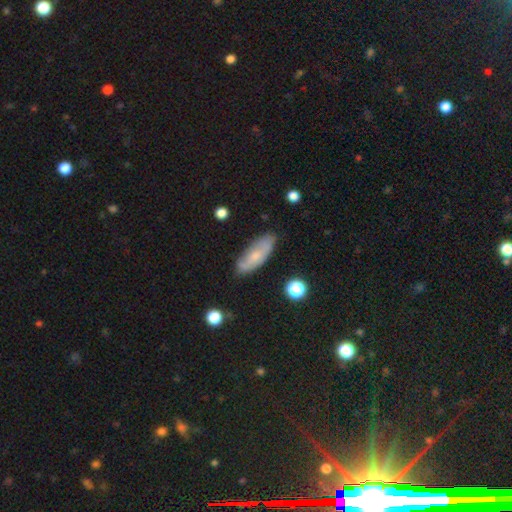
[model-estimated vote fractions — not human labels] Smooth or featured? Predicted: smooth (p=0.59). How rounded? Predicted: in between (p=0.67). Merging? Predicted: none (p=0.75).